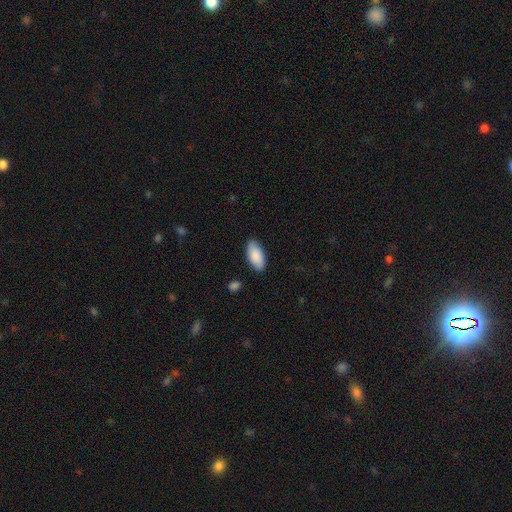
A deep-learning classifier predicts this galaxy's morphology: smooth_or_featured: smooth (p=0.89) [alt: star or artifact p=0.06]
how_rounded: in between (p=0.93) [alt: cigar-shaped p=0.05]
merging: none (p=0.86) [alt: minor disturbance p=0.11]